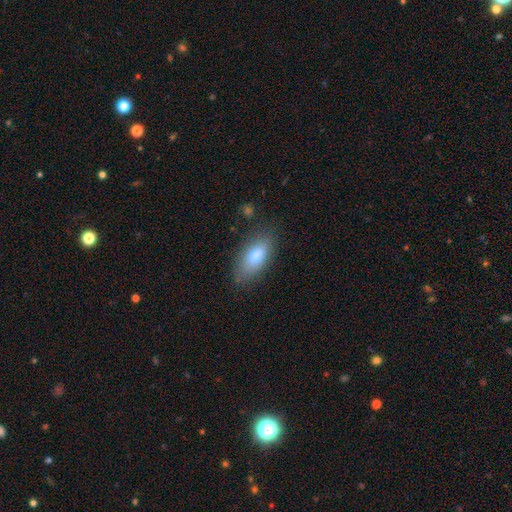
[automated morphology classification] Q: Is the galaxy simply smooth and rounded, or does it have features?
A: smooth — 80%.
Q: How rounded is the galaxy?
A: in between — 84%.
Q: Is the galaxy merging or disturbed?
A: none — 78%.